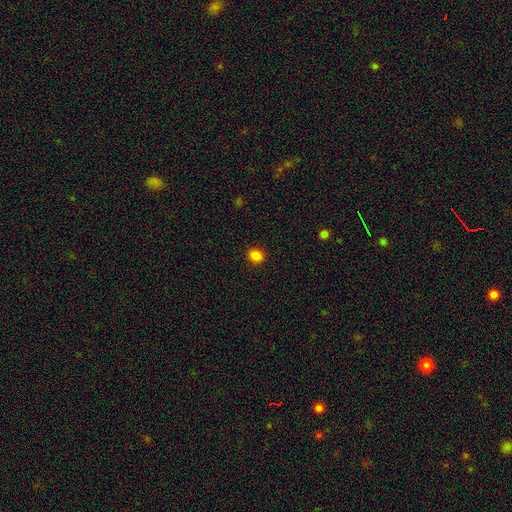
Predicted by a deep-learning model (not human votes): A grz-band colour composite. It shows a smooth galaxy with no disk features (85%) that is round (77%). Merging: none (91%).